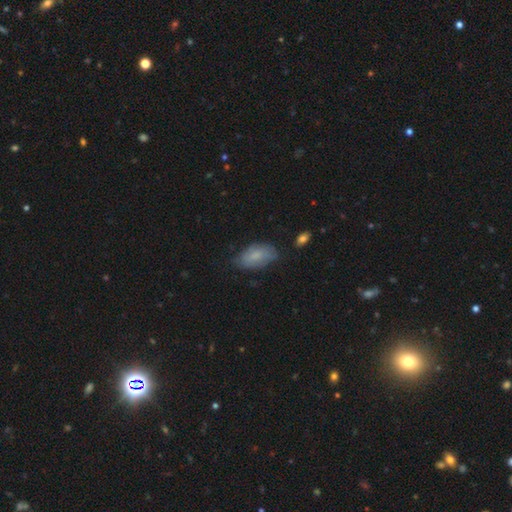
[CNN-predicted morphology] smooth_or_featured: smooth (p=0.74) [alt: featured or disk p=0.19]
how_rounded: in between (p=0.93) [alt: cigar-shaped p=0.04]
merging: none (p=0.66) [alt: minor disturbance p=0.26]